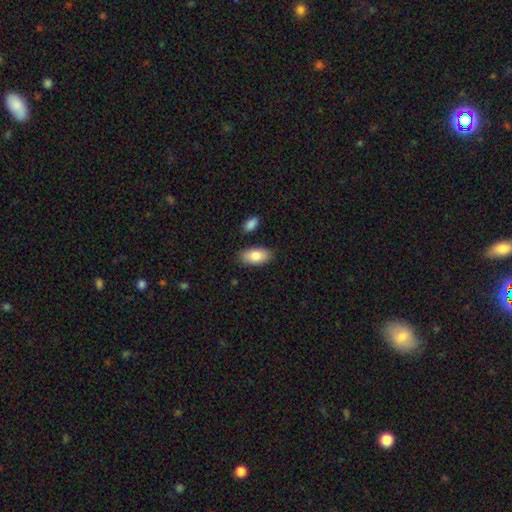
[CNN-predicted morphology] Overall: smooth (84%). How rounded: in between (93%). Merging: none (84%).